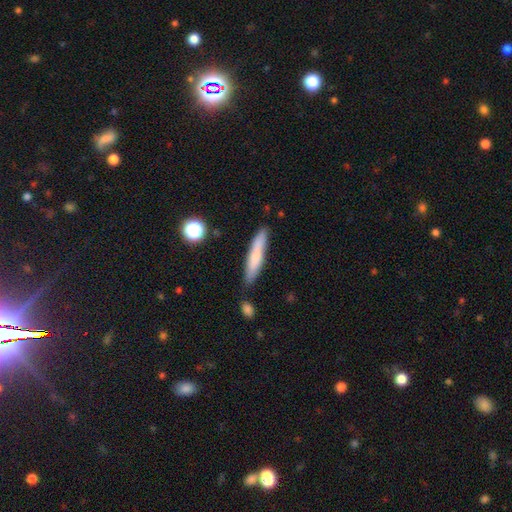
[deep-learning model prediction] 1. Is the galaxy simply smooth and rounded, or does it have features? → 71% smooth, 22% featured or disk, 7% star or artifact.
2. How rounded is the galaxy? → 88% cigar-shaped, 11% in between, 2% round.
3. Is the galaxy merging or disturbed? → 80% none, 13% minor disturbance, 4% merger, 3% major disturbance.